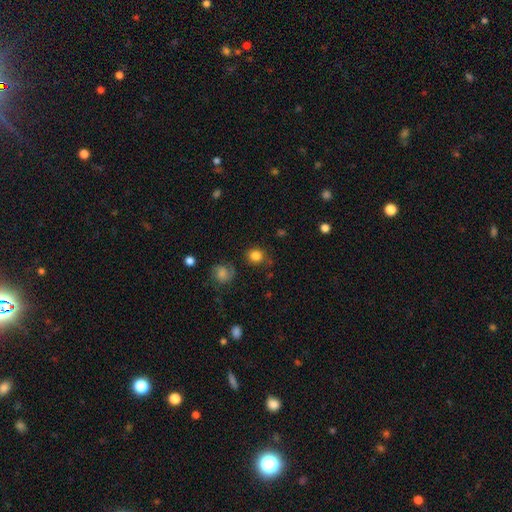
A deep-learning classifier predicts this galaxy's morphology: smooth 83%, star or artifact 10%, featured or disk 7%. Down the decision tree: how rounded — round (83%); merging — none (78%).